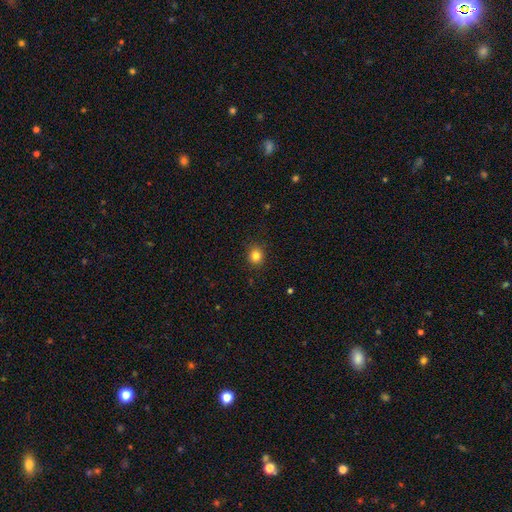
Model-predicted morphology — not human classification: Q: Smooth or featured?
A: smooth (83%); runner-up: star or artifact (12%)
Q: How rounded?
A: round (85%); runner-up: in between (14%)
Q: Merging?
A: none (90%); runner-up: minor disturbance (7%)